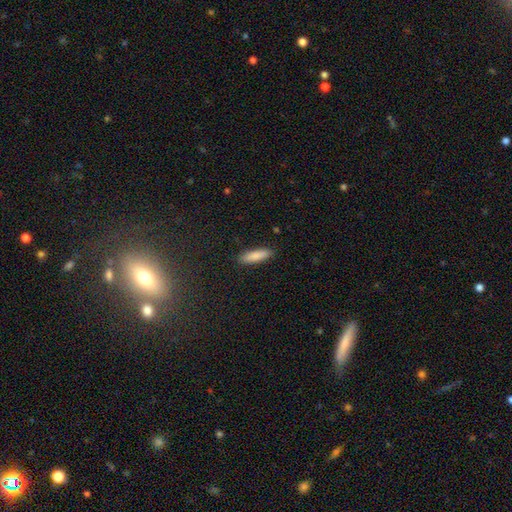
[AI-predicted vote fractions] The model was most divided on "how rounded": cigar-shaped: 61%, in between: 37%, round: 1%. More confident: merging — none (90%); smooth or featured — smooth (86%).